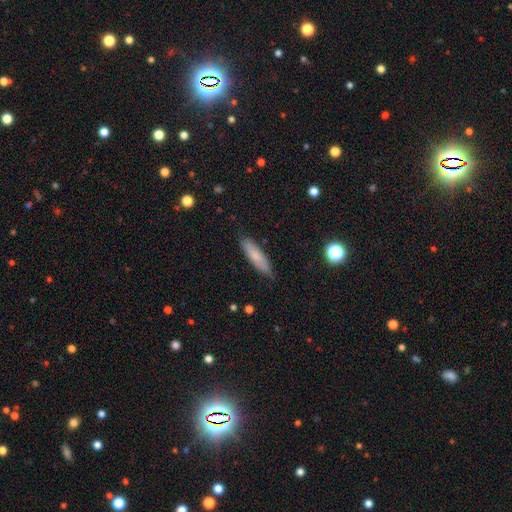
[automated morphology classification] Overall: smooth (77%). How rounded: cigar-shaped (69%; in between 30%). Merging: none (85%).